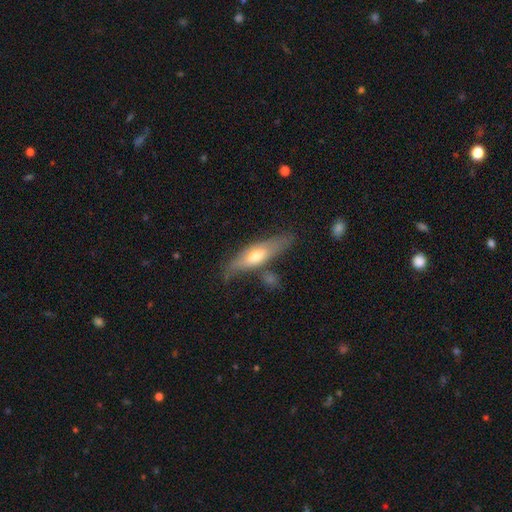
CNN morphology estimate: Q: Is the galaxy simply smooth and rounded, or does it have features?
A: featured or disk — 48%.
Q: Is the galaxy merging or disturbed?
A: none — 67%.